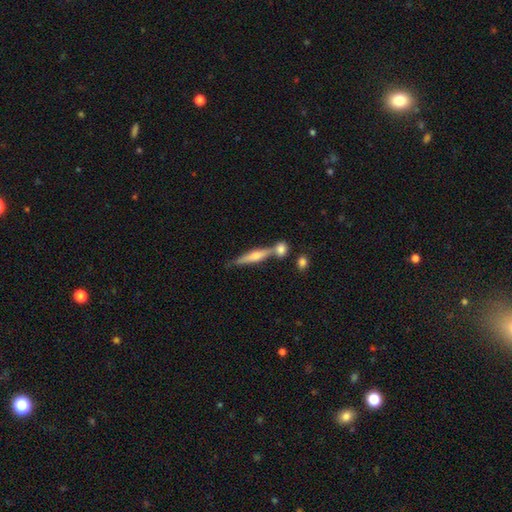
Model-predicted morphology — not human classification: featured or disk 63%, smooth 29%, star or artifact 8%. Down the decision tree: edge-on disk — yes (94%); edge-on bulge — rounded (82%); merging — none (62%).